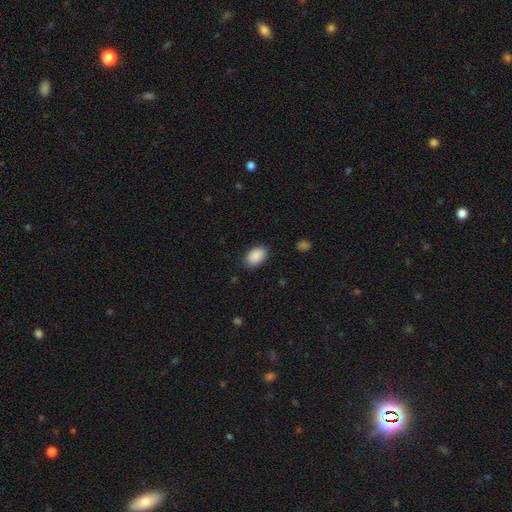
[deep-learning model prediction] Overall: smooth (90%). How rounded: in between (90%). Merging: none (86%).